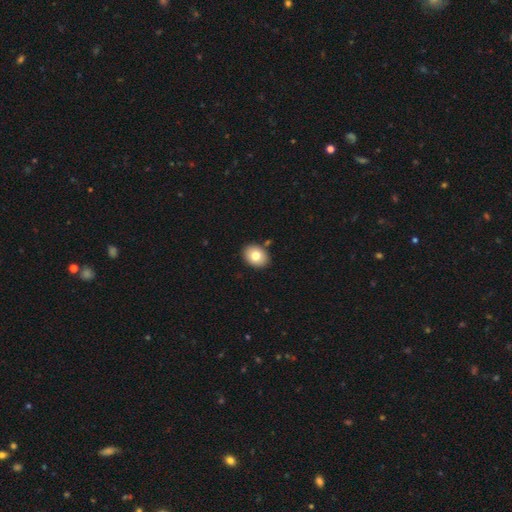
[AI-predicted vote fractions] A smooth galaxy with no disk features (78%) that is in between round and cigar-shaped (62%). Merging: none (86%).